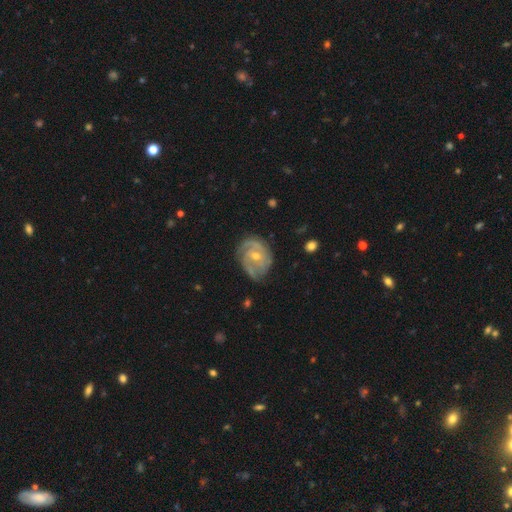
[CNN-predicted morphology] featured or disk 82%, smooth 11%, star or artifact 6%. Down the decision tree: edge-on disk — no (97%); bar — no (54%); spiral arms — yes (93%); spiral arm count — 2 (39%); spiral winding — tight (55%); bulge size — moderate (52%); merging — none (68%).